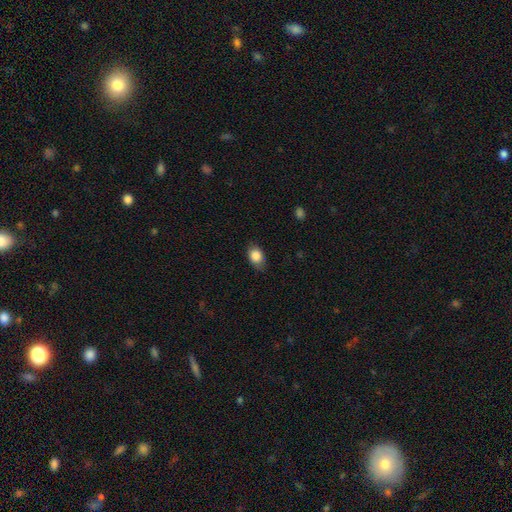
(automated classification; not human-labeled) Smooth or featured? smooth (85%)
How rounded? in between (77%)
Merging? none (77%)